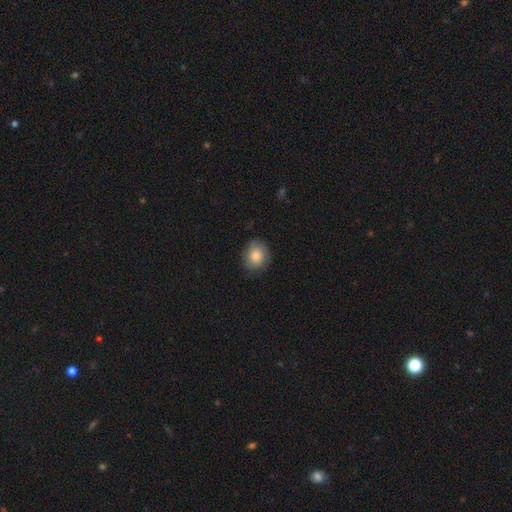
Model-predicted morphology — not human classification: Smooth or featured?
  - smooth: 79% *
  - featured or disk: 14%
  - star or artifact: 8%
How rounded?
  - round: 67% *
  - in between: 32%
  - cigar-shaped: 1%
Merging?
  - none: 78% *
  - minor disturbance: 17%
  - major disturbance: 4%
  - merger: 1%